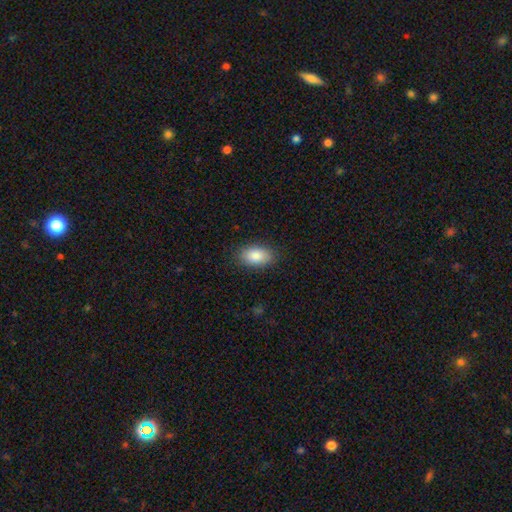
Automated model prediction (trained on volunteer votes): Morphology: type=smooth (87%); roundness=in between (91%); merging=none (87%).